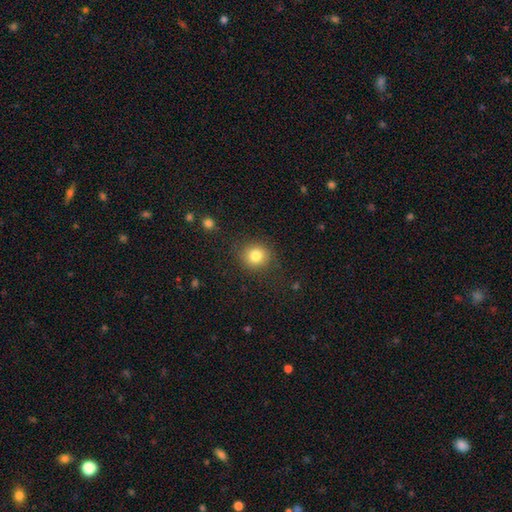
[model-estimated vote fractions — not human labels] A smooth galaxy with no disk features (81%) that is round (86%).

Vote fractions:
- Smooth or featured? smooth: 81% / star or artifact: 11% / featured or disk: 8%
- How rounded? round: 86% / in between: 13% / cigar-shaped: 1%
- Merging? none: 86% / minor disturbance: 9% / major disturbance: 4% / merger: 1%